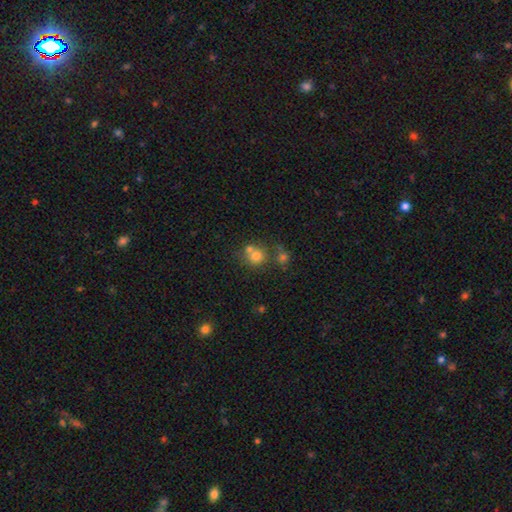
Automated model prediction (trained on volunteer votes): Overall: smooth (72%). How rounded: round (85%). Merging: none (47%; merger 40%).